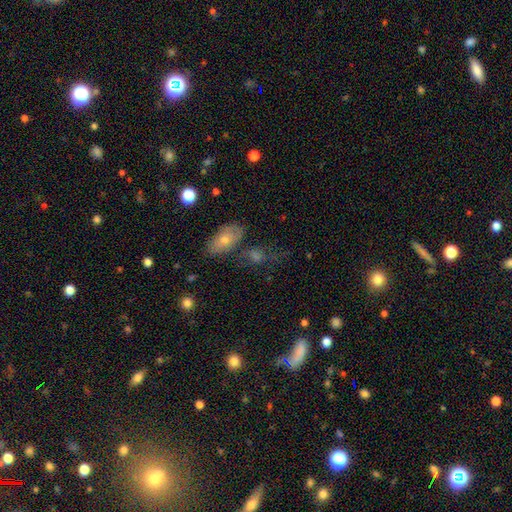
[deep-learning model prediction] smooth_or_featured: smooth (p=0.55) [alt: featured or disk p=0.24]
how_rounded: in between (p=0.67) [alt: round p=0.25]
merging: none (p=0.56) [alt: minor disturbance p=0.17]